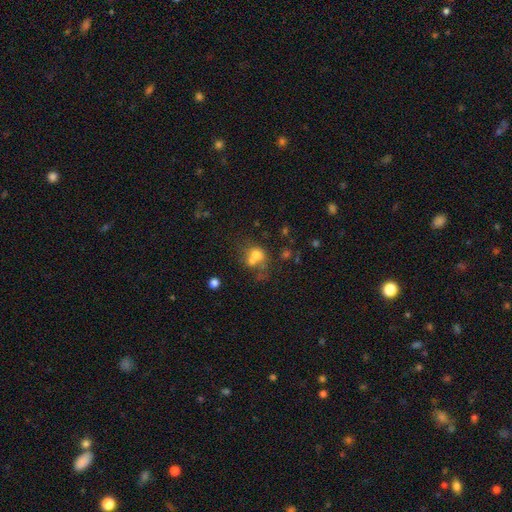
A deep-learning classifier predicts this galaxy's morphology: This is likely a smooth galaxy (65%). How rounded: likely round (67%). Merging: possibly merger (50%).